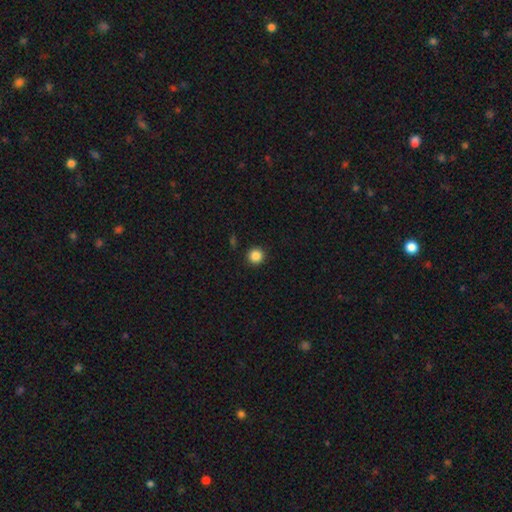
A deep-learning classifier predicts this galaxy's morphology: This is clearly a smooth galaxy (86%). How rounded: clearly round (95%). Merging: clearly none (93%).